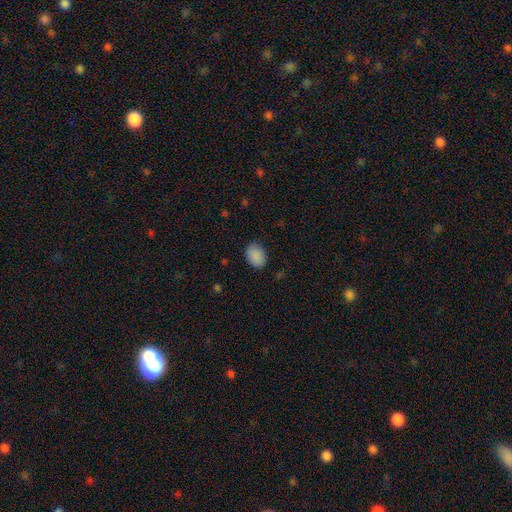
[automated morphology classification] type=smooth (89%); roundness=in between (74%); merging=none (84%).